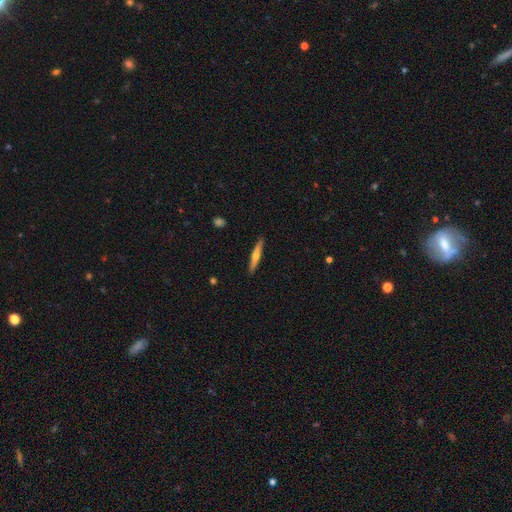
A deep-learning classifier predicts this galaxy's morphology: Smooth or featured?
  - featured or disk: 52% *
  - smooth: 42%
  - star or artifact: 6%
Edge-on disk?
  - yes: 96% *
  - no: 4%
Merging?
  - none: 90% *
  - minor disturbance: 7%
  - major disturbance: 1%
  - merger: 1%